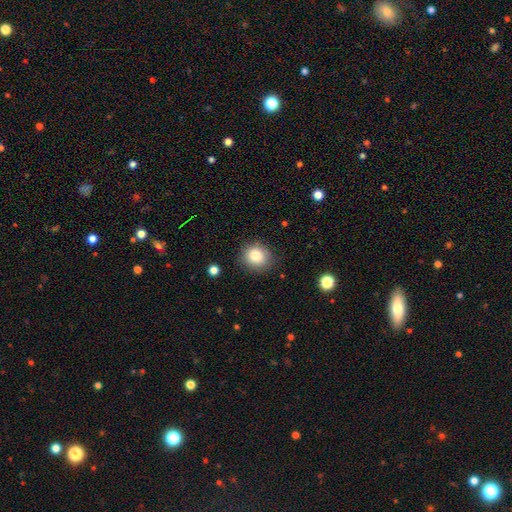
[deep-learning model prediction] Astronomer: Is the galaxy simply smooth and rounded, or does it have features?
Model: smooth — 84%.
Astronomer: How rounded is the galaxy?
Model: round — 80%.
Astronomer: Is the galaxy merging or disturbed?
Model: none — 85%.